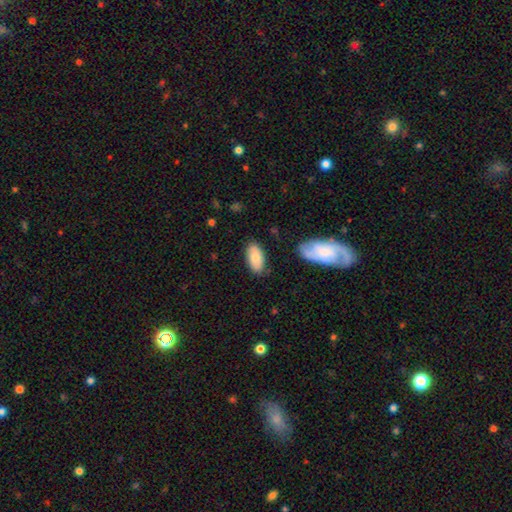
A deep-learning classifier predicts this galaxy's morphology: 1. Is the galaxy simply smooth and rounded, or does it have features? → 79% smooth, 15% featured or disk, 6% star or artifact.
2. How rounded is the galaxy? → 94% in between, 3% cigar-shaped, 2% round.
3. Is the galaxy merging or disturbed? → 81% none, 13% minor disturbance, 3% major disturbance, 3% merger.